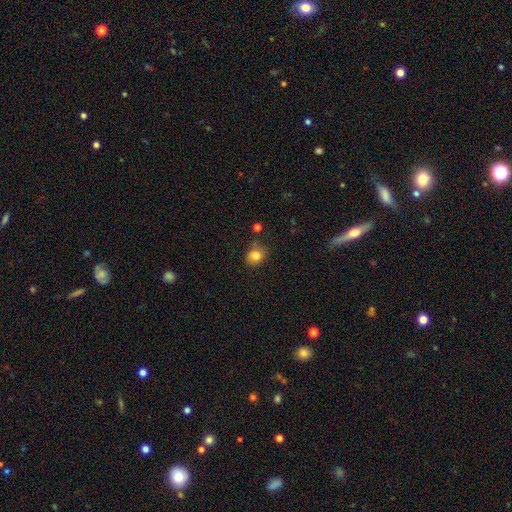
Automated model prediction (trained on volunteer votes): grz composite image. It shows a smooth galaxy with no disk features (81%) that is round (69%). Merging: none (71%).